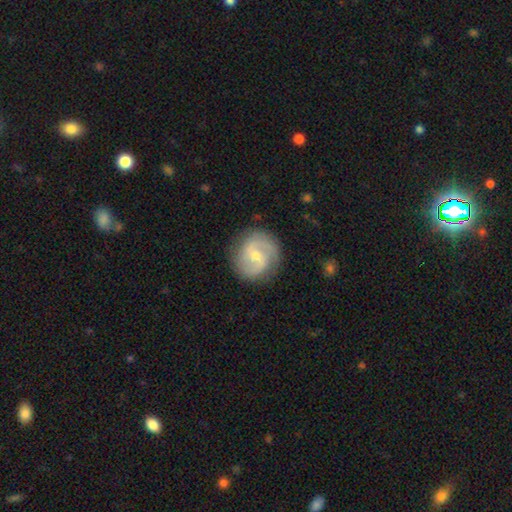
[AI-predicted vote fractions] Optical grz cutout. It shows a featured or disk galaxy (82%) with a weak bar (50%), 2 (86%) medium (50%) spiral arms (95%) and a small central bulge (53%). Merging: none (83%).